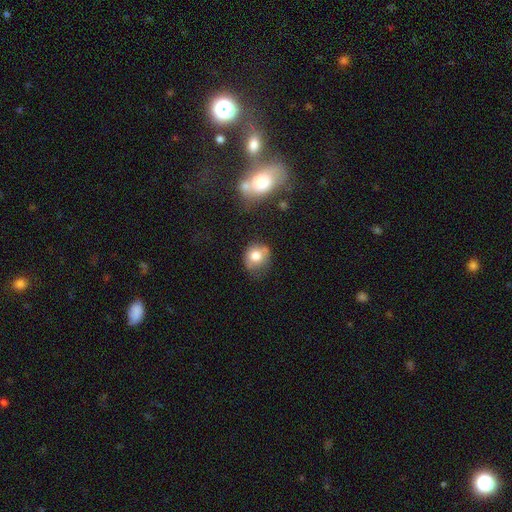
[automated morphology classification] type=smooth (73%); roundness=round (71%); merging=none (56%).